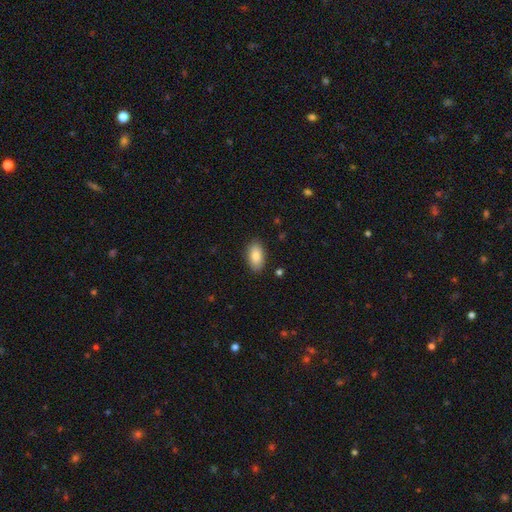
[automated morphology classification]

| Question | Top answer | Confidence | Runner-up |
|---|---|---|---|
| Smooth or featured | smooth | 86% | featured or disk (8%) |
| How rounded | in between | 94% | round (4%) |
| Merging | none | 87% | minor disturbance (10%) |